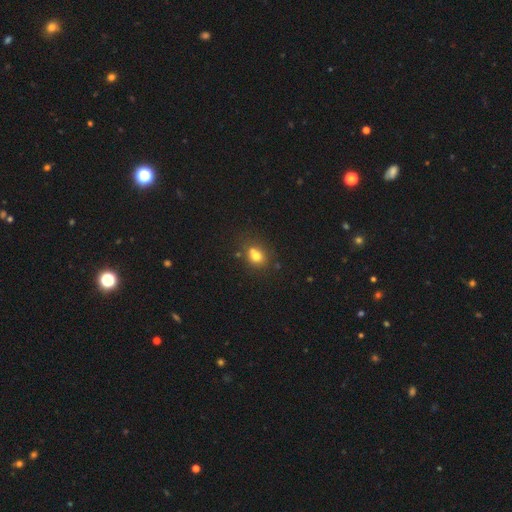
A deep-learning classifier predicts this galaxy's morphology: smooth-or-featured: smooth: 72% | featured or disk: 14% | star or artifact: 14%
  how-rounded: round: 60% | in between: 39% | cigar-shaped: 1%
  merging: none: 51% | merger: 31% | minor disturbance: 13% | major disturbance: 5%